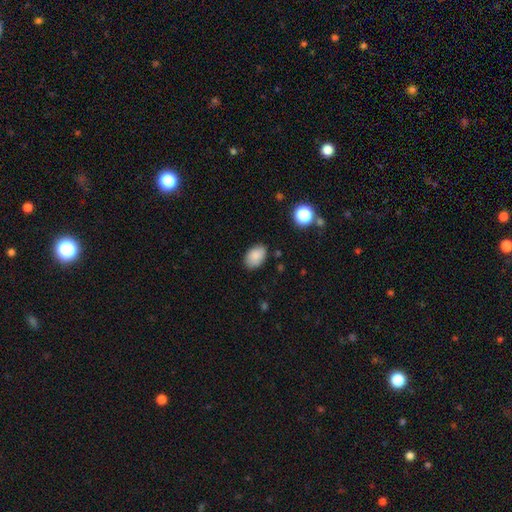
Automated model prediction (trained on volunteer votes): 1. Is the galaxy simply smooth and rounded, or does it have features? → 86% smooth, 8% star or artifact, 5% featured or disk.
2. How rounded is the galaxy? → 85% in between, 14% round, 1% cigar-shaped.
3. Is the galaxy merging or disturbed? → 81% none, 15% minor disturbance, 3% major disturbance, 1% merger.